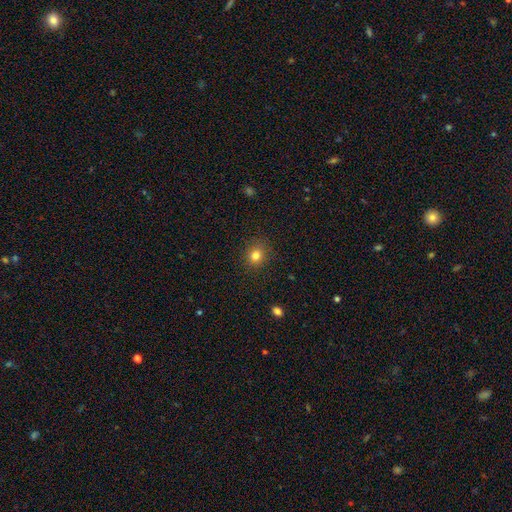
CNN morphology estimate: type=smooth (81%); roundness=round (70%); merging=none (88%).